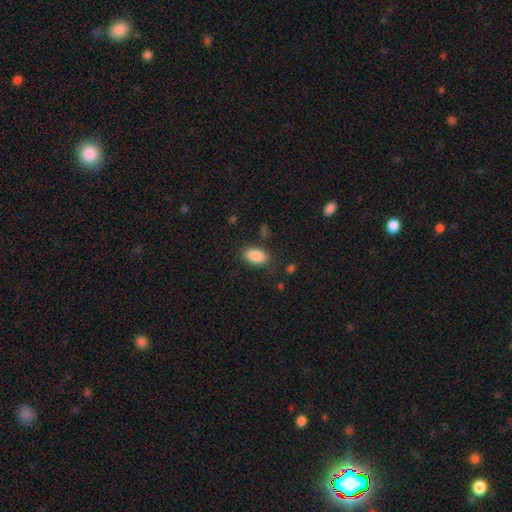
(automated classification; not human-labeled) Morphology: type=smooth (89%); roundness=in between (92%); merging=none (81%).